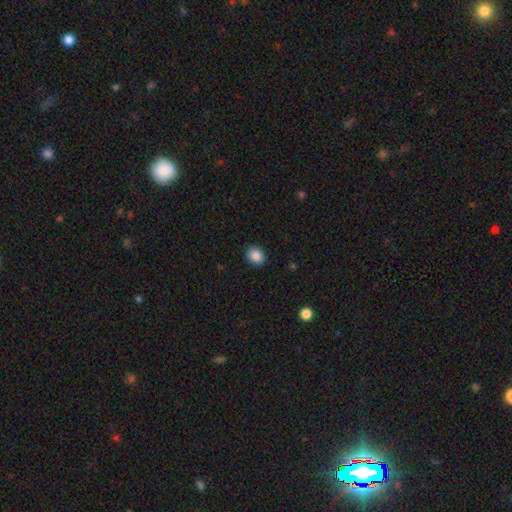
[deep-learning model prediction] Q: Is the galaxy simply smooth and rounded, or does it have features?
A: smooth — 87%.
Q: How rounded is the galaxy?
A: round — 53%.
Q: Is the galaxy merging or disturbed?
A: none — 89%.